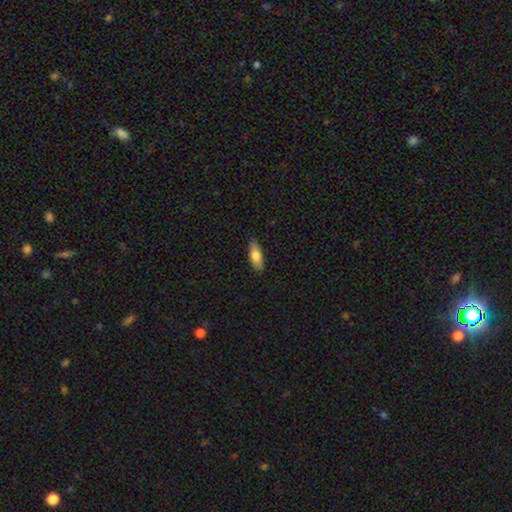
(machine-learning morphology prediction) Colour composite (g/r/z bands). It shows a smooth galaxy with no disk features (79%) that is in between round and cigar-shaped (70%). Merging: none (86%).